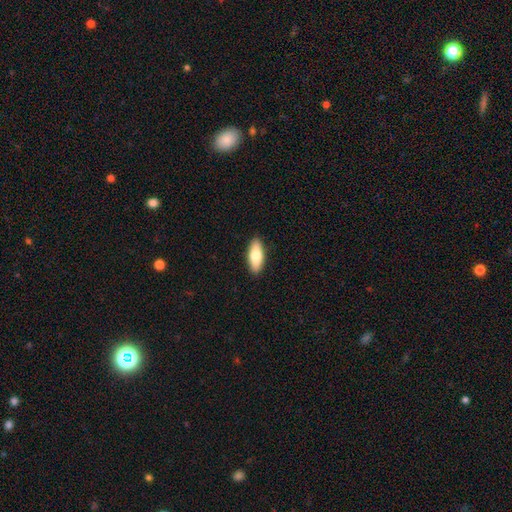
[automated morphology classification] A smooth galaxy with no disk features (74%) that is in between round and cigar-shaped (72%).

Vote fractions:
- Smooth or featured? smooth: 74% / featured or disk: 20% / star or artifact: 6%
- How rounded? in between: 72% / cigar-shaped: 26% / round: 2%
- Merging? none: 91% / minor disturbance: 7% / major disturbance: 1% / merger: 1%